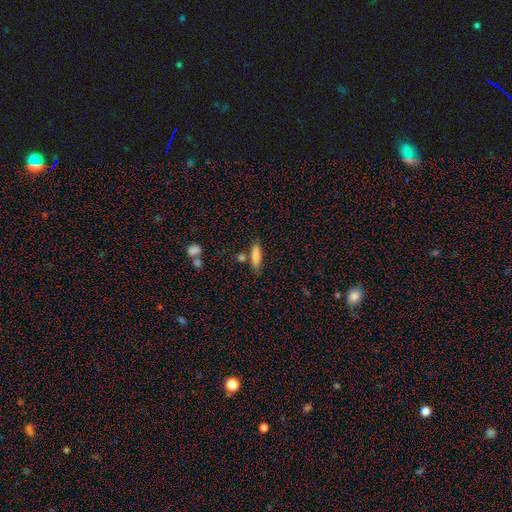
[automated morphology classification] Smooth or featured? smooth (82%)
How rounded? cigar-shaped (60%)
Merging? none (74%)